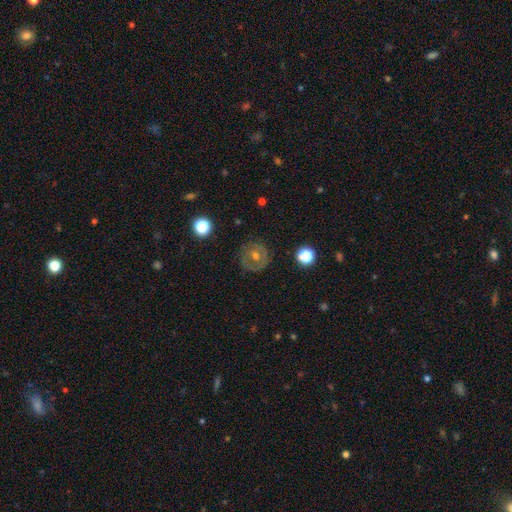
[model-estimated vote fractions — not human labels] Morphology: type=featured or disk (50%); edge-on=no (95%); merging=none (82%).